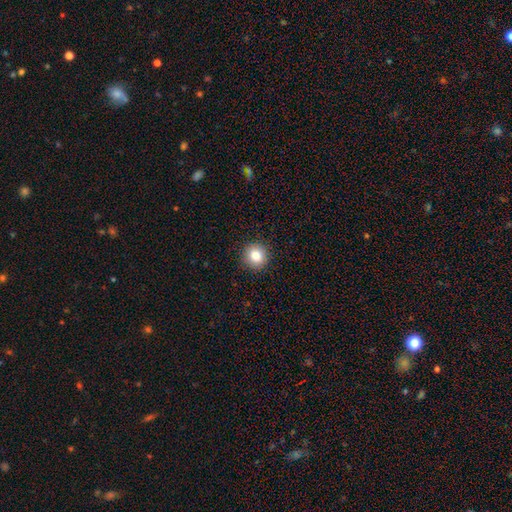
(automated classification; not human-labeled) The model was most divided on "smooth or featured": smooth: 83%, star or artifact: 10%, featured or disk: 7%. More confident: how rounded — round (93%); merging — none (92%).